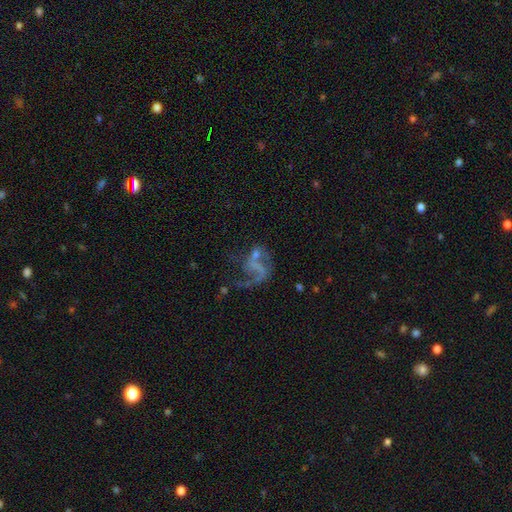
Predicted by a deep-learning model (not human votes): A featured or disk galaxy (71%) with no bar (61%), spiral arms (72%) and no central bulge (59%).

Vote fractions:
- Smooth or featured? featured or disk: 71% / star or artifact: 15% / smooth: 14%
- Edge-on disk? no: 98% / yes: 2%
- Bar? no: 61% / weak: 29% / strong: 10%
- Spiral arms? yes: 72% / no: 28%
- Bulge size? none: 59% / small: 28% / moderate: 9% / large: 2% / dominant: 1%
- Merging? major disturbance: 44% / none: 30% / merger: 14% / minor disturbance: 13%